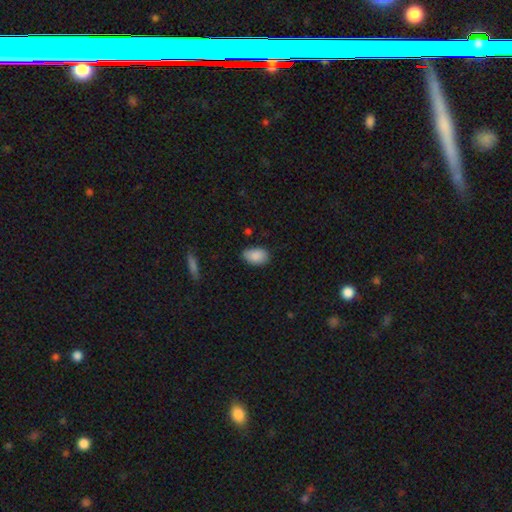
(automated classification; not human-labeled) This appears to be a smooth galaxy with no disk features (88%) that is in between round and cigar-shaped (90%). Merging: none (76%).